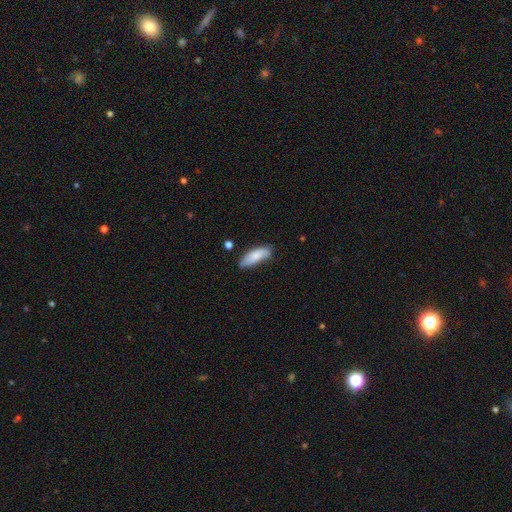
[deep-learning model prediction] The model was most divided on "how rounded": in between: 65%, cigar-shaped: 33%, round: 2%. More confident: smooth or featured — smooth (83%); merging — none (64%).